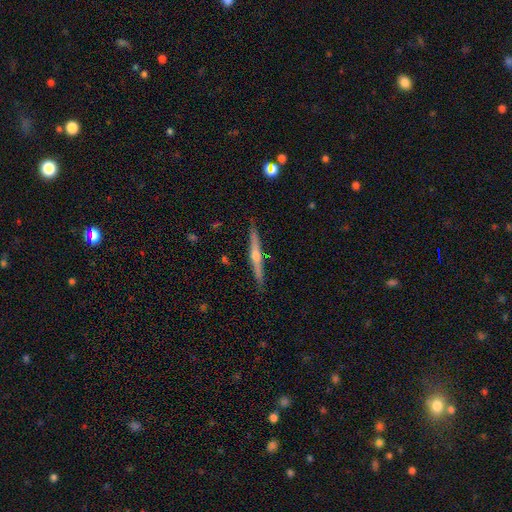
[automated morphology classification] Smooth or featured: featured or disk — 70% (smooth — 24%)
Edge-on disk: yes — 98% (no — 2%)
Edge-on bulge: rounded — 85% (none — 10%)
Merging: none — 88% (minor disturbance — 8%)